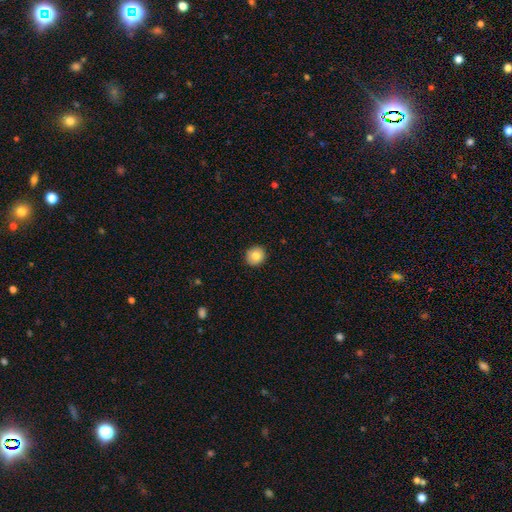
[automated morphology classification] Smooth or featured?
  - smooth: 82% *
  - featured or disk: 10%
  - star or artifact: 9%
How rounded?
  - round: 89% *
  - in between: 10%
  - cigar-shaped: 1%
Merging?
  - none: 91% *
  - minor disturbance: 7%
  - major disturbance: 2%
  - merger: 1%